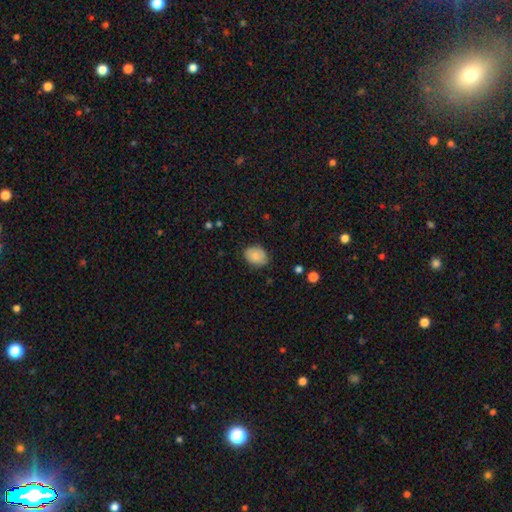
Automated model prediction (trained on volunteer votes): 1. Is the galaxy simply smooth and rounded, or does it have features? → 83% smooth, 10% featured or disk, 7% star or artifact.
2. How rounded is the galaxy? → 62% in between, 37% round, 1% cigar-shaped.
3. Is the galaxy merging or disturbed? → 78% none, 18% minor disturbance, 3% major disturbance, 1% merger.